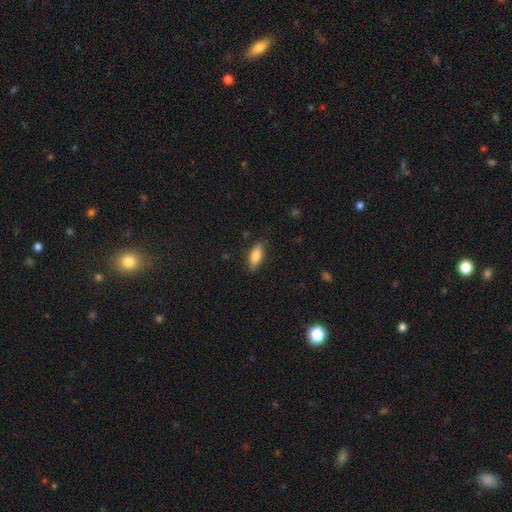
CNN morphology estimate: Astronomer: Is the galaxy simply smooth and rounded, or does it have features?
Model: smooth — 80%.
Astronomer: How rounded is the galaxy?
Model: in between — 69%.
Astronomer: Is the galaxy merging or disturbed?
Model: none — 84%.